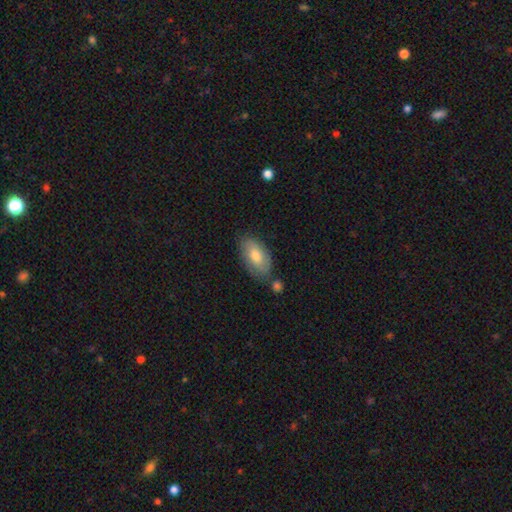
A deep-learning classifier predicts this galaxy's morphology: A smooth galaxy with no disk features (66%) that is in between round and cigar-shaped (92%).

Vote fractions:
- Smooth or featured? smooth: 66% / featured or disk: 27% / star or artifact: 7%
- How rounded? in between: 92% / round: 4% / cigar-shaped: 3%
- Merging? none: 70% / minor disturbance: 18% / merger: 8% / major disturbance: 4%